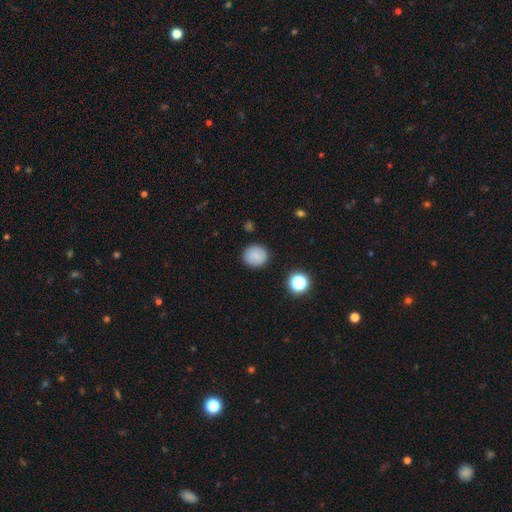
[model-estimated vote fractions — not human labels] smooth 78%, featured or disk 11%, star or artifact 11%. Down the decision tree: how rounded — round (86%); merging — none (88%).